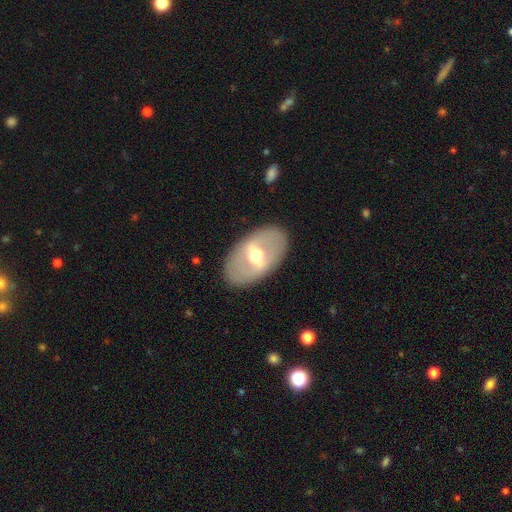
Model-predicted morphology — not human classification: A featured or disk galaxy (63%) with a weak bar (41%), no spiral arms (74%) and a moderate central bulge (72%).

Vote fractions:
- Smooth or featured? featured or disk: 63% / smooth: 32% / star or artifact: 5%
- Edge-on disk? no: 89% / yes: 11%
- Bar? weak: 41% / strong: 40% / no: 19%
- Spiral arms? no: 74% / yes: 26%
- Bulge size? moderate: 72% / small: 13% / large: 13% / dominant: 1% / none: 1%
- Merging? none: 86% / minor disturbance: 9% / major disturbance: 4% / merger: 1%